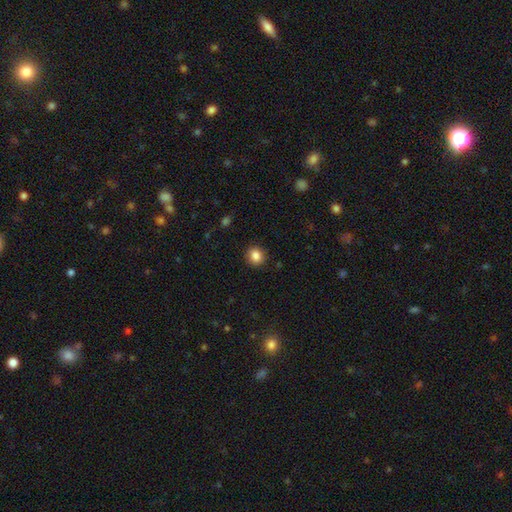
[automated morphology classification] type=smooth (85%); roundness=round (84%); merging=none (90%).